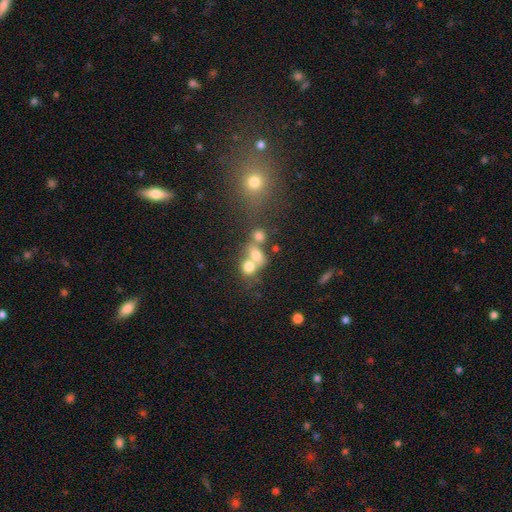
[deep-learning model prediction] Morphology: type=smooth (63%); roundness=round (62%); merging=merger (57%).